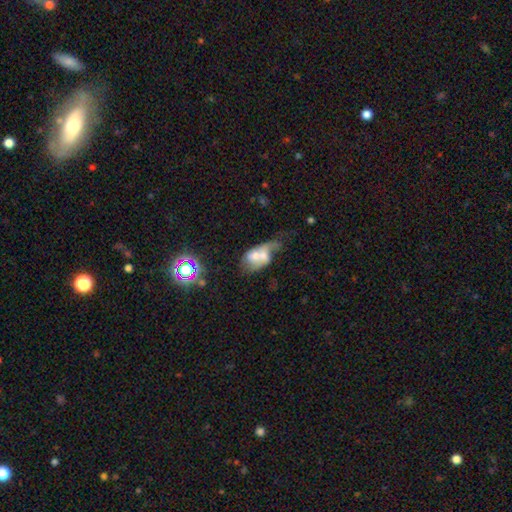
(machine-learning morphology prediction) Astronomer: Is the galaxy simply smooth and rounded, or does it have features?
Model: smooth — 47% (runner-up: featured or disk, 41%).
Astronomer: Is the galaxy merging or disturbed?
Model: merger — 61%.